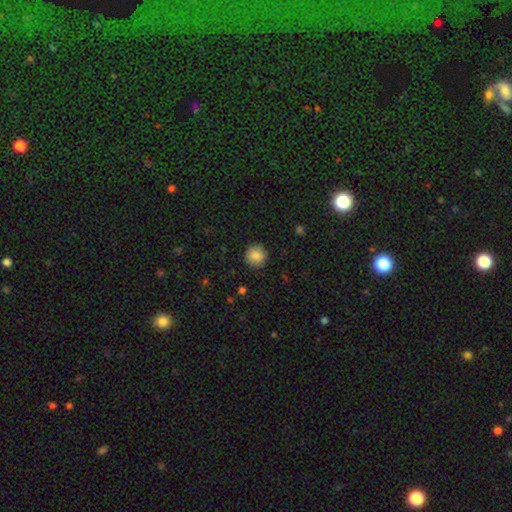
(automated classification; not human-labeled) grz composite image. It shows a smooth galaxy with no disk features (86%) that is round (93%). Merging: none (91%).